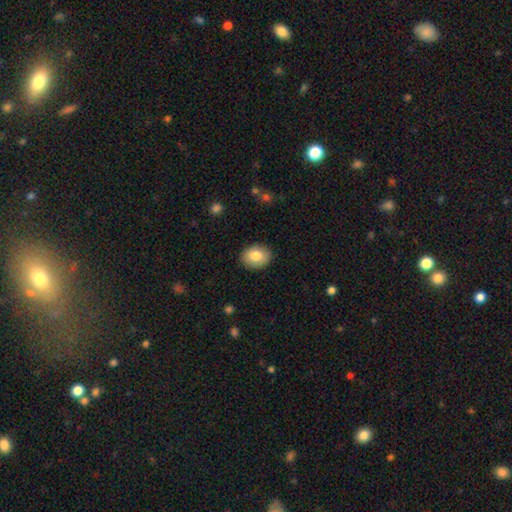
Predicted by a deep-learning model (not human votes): Q: Smooth or featured?
A: smooth (81%); runner-up: featured or disk (11%)
Q: How rounded?
A: in between (62%); runner-up: round (38%)
Q: Merging?
A: none (88%); runner-up: minor disturbance (8%)